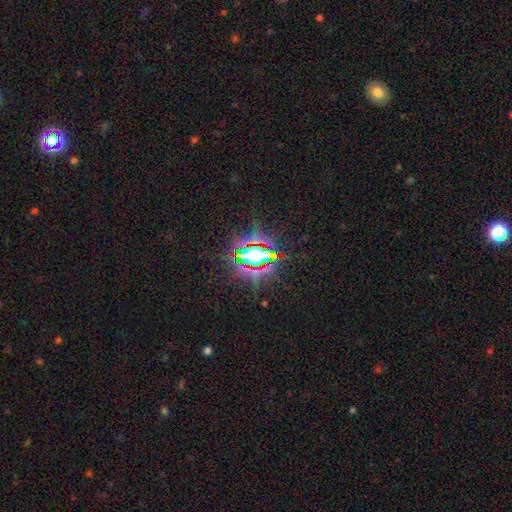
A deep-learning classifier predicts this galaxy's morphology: type=star or artifact (76%).